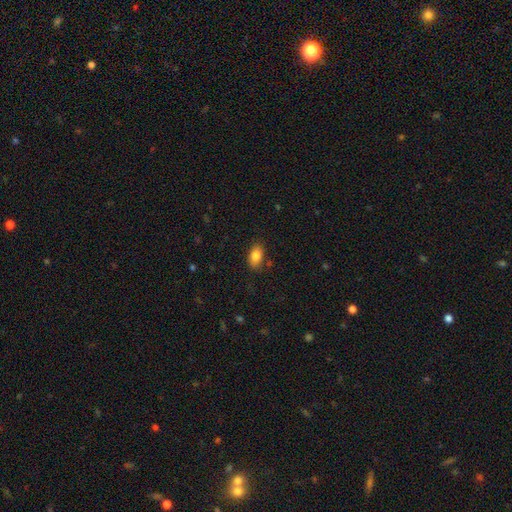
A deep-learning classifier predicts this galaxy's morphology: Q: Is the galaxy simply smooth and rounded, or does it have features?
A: smooth — 84%.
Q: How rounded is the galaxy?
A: in between — 89%.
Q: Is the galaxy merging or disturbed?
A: none — 84%.